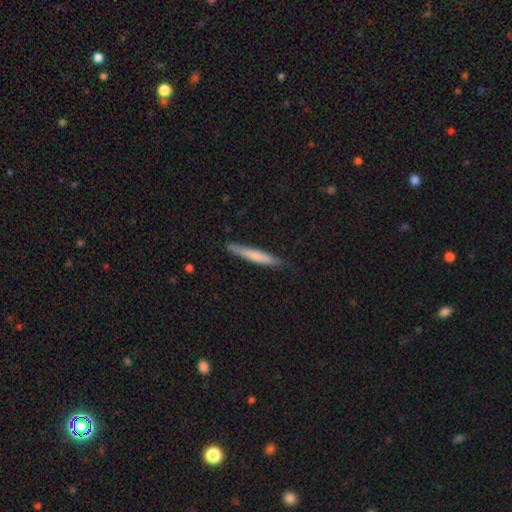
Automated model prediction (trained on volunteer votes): A smooth galaxy with no disk features (68%) that is cigar-shaped (95%).

Vote fractions:
- Smooth or featured? smooth: 68% / featured or disk: 27% / star or artifact: 5%
- How rounded? cigar-shaped: 95% / in between: 4% / round: 1%
- Merging? none: 85% / minor disturbance: 12% / major disturbance: 2% / merger: 1%